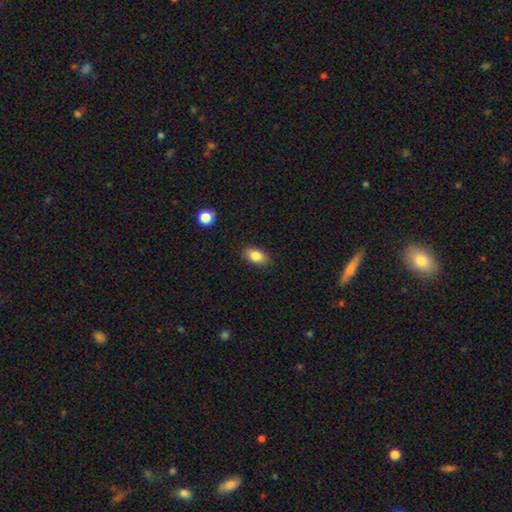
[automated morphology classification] type=smooth (84%); roundness=in between (89%); merging=none (87%).